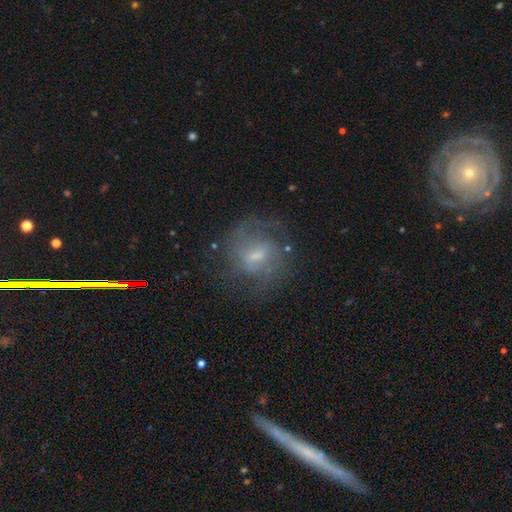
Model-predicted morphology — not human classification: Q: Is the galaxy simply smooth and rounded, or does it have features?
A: featured or disk — 71%.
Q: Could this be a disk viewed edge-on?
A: no — 97%.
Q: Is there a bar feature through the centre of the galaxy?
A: weak — 60%.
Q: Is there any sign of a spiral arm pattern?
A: yes — 85%.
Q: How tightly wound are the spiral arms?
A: medium — 47%.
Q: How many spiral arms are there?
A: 2 — 45%.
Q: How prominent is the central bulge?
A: small — 51%.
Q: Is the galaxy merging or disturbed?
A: none — 65%.